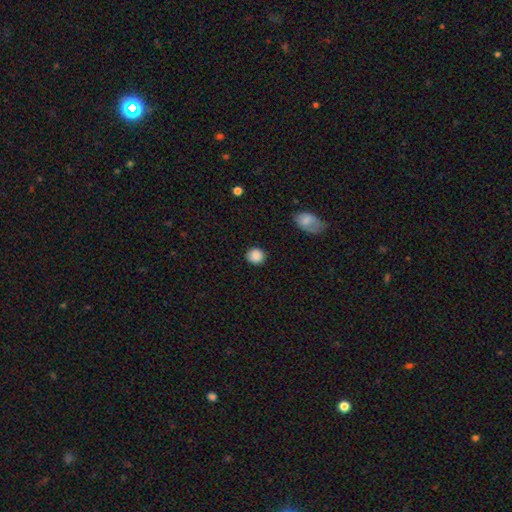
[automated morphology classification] Smooth or featured? Predicted: smooth (p=0.88). How rounded? Predicted: round (p=0.85). Merging? Predicted: none (p=0.88).